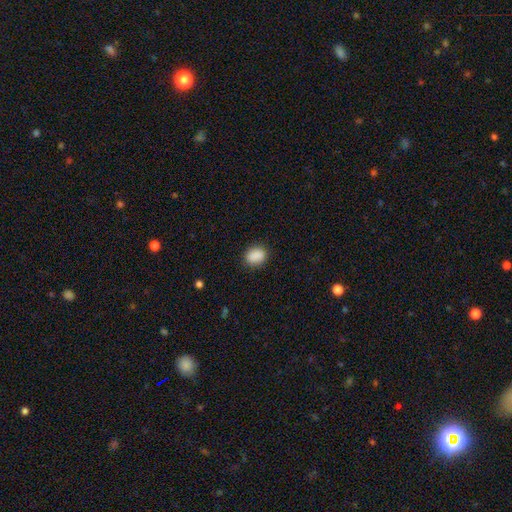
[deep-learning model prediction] Smooth or featured?
  - smooth: 89% *
  - star or artifact: 8%
  - featured or disk: 3%
How rounded?
  - in between: 66% *
  - round: 33%
  - cigar-shaped: 1%
Merging?
  - none: 85% *
  - minor disturbance: 11%
  - major disturbance: 3%
  - merger: 1%